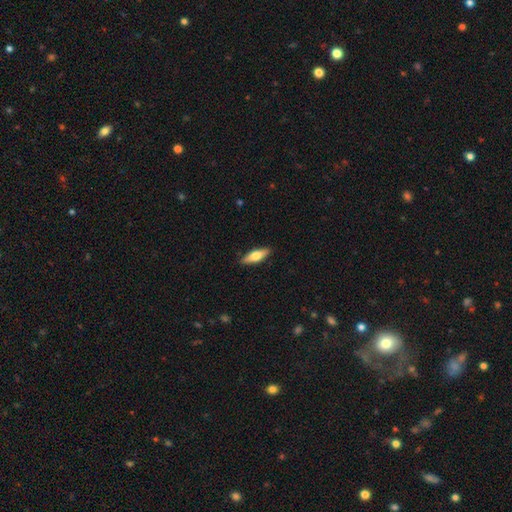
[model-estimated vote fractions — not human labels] Smooth or featured? Predicted: smooth (p=0.60). How rounded? Predicted: in between (p=0.49). Merging? Predicted: none (p=0.90).